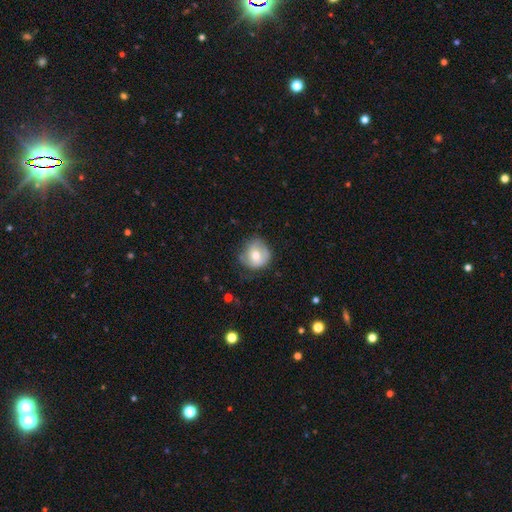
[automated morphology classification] The model was most divided on "merging": none: 57%, minor disturbance: 31%, major disturbance: 10%, merger: 2%. More confident: how rounded — round (85%); smooth or featured — smooth (64%).